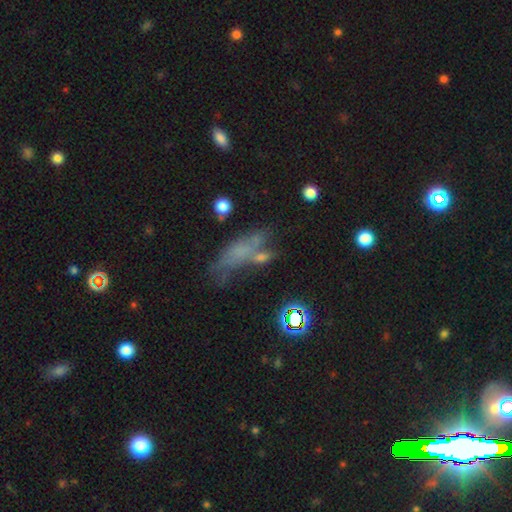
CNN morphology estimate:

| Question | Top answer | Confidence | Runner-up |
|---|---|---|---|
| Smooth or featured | smooth | 52% | featured or disk (28%) |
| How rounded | in between | 57% | cigar-shaped (35%) |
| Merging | none | 35% | merger (24%) |